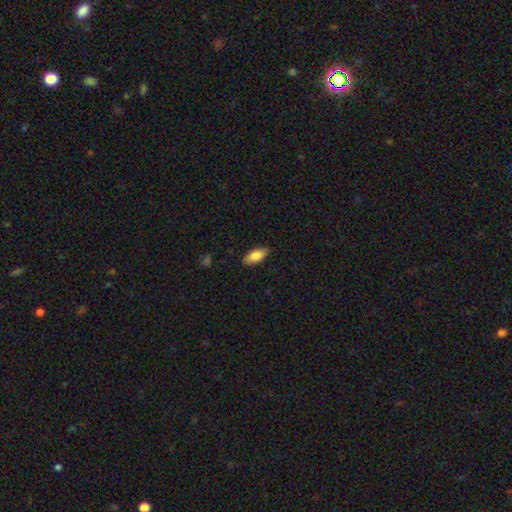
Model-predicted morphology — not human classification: This appears to be a smooth galaxy with no disk features (83%) that is in between round and cigar-shaped (87%). Merging: none (86%).